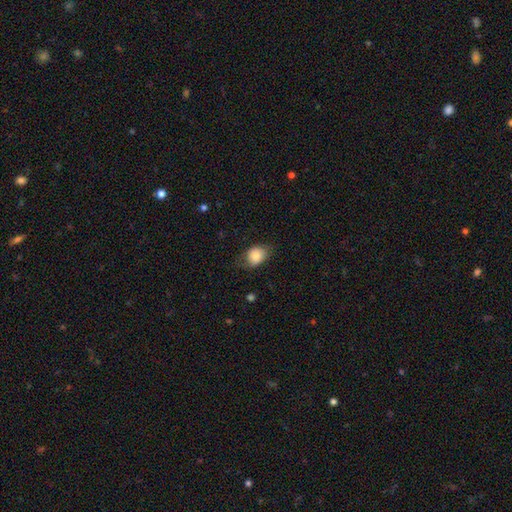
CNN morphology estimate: The model was most divided on "how rounded": in between: 57%, round: 42%, cigar-shaped: 1%. More confident: smooth or featured — smooth (79%); merging — none (66%).